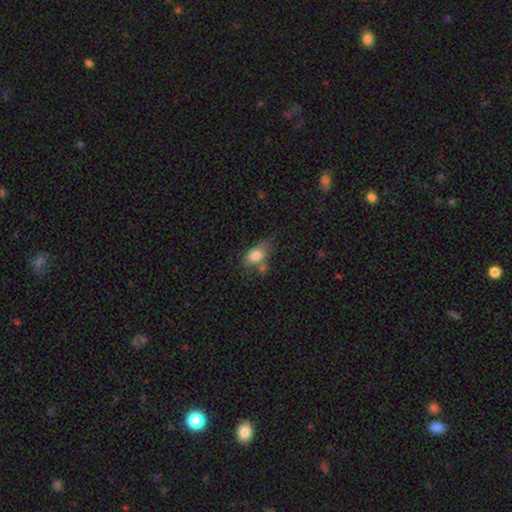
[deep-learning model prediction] This appears to be a smooth galaxy with no disk features (79%) that is in between round and cigar-shaped (84%). Merging: none (43%).